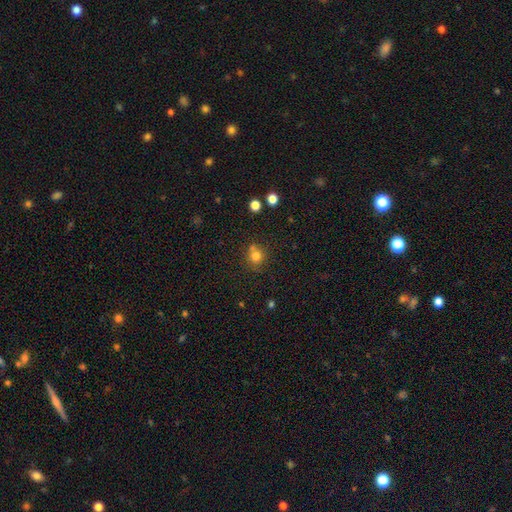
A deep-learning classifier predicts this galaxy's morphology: A smooth galaxy with no disk features (78%) that is round (86%). Merging: none (67%).